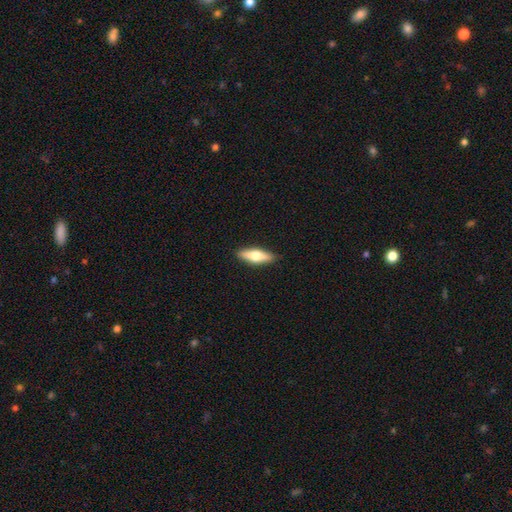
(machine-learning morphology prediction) Smooth or featured? Predicted: smooth (p=0.54). How rounded? Predicted: cigar-shaped (p=0.53). Merging? Predicted: none (p=0.90).